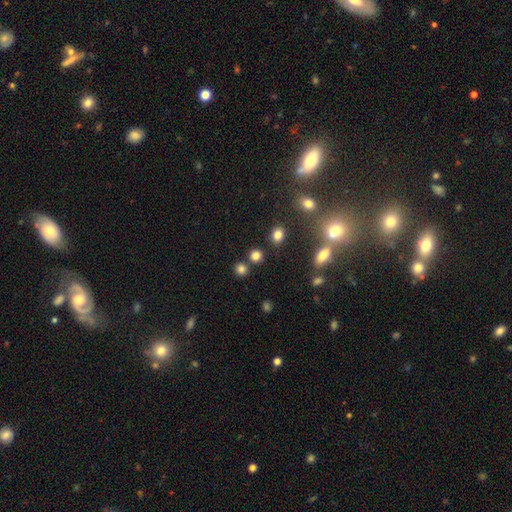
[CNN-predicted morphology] Smooth or featured? Predicted: smooth (p=0.79). How rounded? Predicted: round (p=0.84). Merging? Predicted: none (p=0.78).